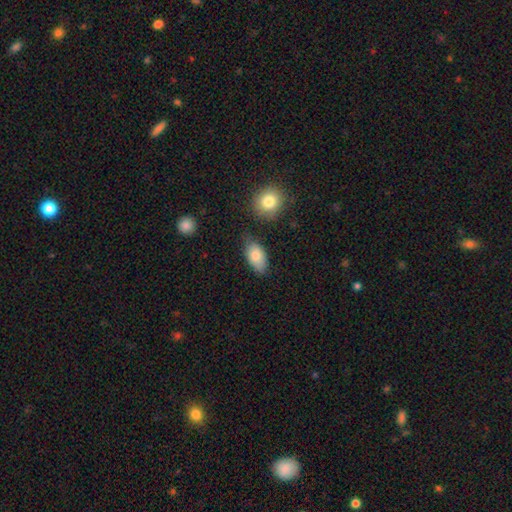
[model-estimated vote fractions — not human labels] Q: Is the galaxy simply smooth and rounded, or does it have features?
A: smooth — 81%.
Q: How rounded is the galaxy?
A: in between — 90%.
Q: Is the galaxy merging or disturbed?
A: none — 66%.